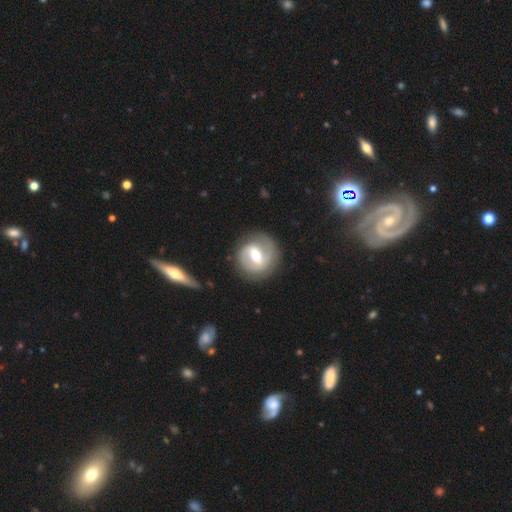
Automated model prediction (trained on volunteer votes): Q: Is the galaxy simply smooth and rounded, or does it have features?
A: featured or disk — 70%.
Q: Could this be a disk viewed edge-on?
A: no — 97%.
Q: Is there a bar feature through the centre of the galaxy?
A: weak — 45%.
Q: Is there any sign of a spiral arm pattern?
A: yes — 76%.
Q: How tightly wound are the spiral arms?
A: medium — 40%.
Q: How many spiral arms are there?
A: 2 — 78%.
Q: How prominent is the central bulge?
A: moderate — 72%.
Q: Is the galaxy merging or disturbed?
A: none — 82%.